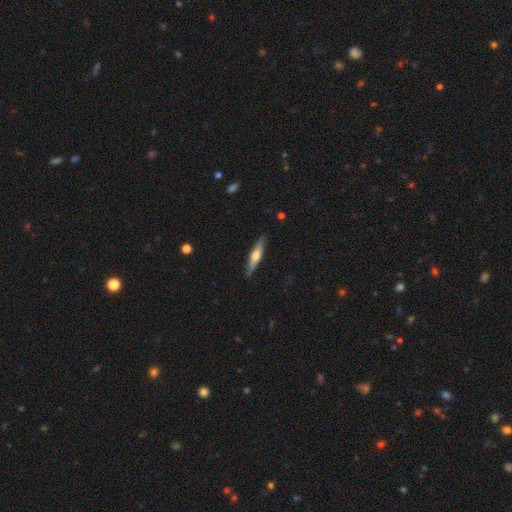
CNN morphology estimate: This appears to be a featured or disk galaxy (53%) viewed edge-on (93%). Merging: none (87%).